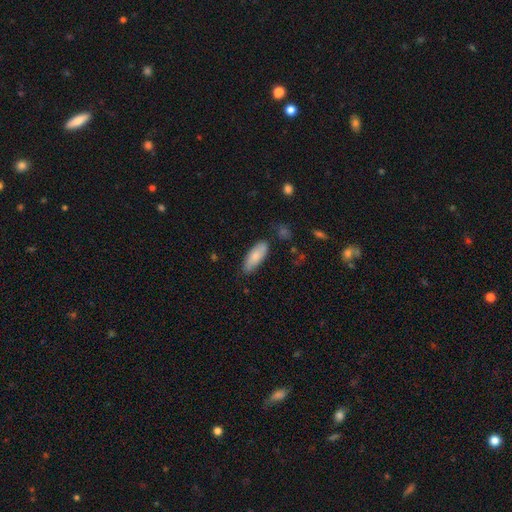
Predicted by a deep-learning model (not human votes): Overall: smooth (76%). How rounded: in between (75%). Merging: none (77%).